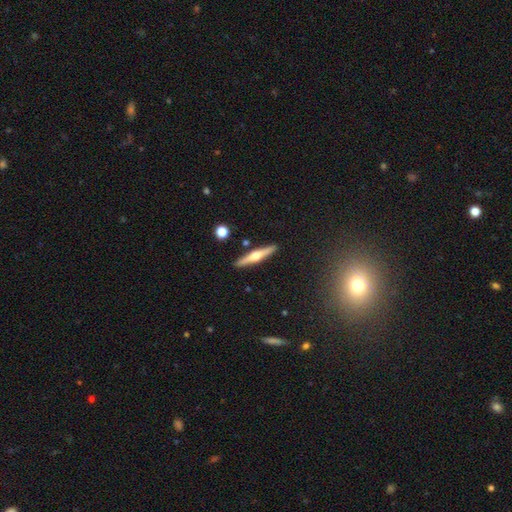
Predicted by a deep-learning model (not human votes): Smooth or featured? featured or disk (62%)
Edge-on disk? yes (96%)
Edge-on bulge? rounded (92%)
Merging? none (89%)